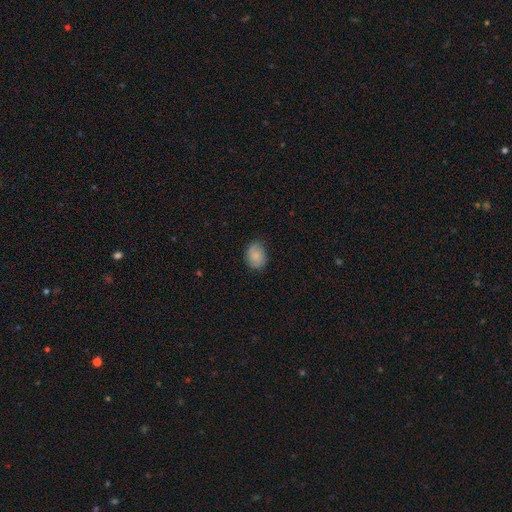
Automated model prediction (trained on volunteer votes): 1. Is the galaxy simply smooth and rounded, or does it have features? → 78% smooth, 15% featured or disk, 8% star or artifact.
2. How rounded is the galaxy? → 62% in between, 37% round, 1% cigar-shaped.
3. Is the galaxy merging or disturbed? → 73% none, 22% minor disturbance, 4% major disturbance, 1% merger.